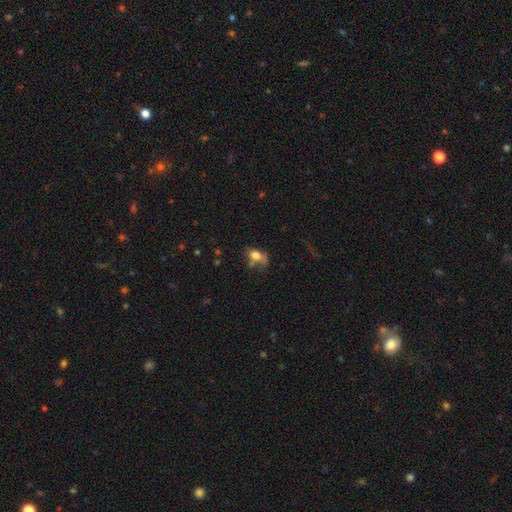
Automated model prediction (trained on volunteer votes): Q: Smooth or featured?
A: smooth (70%); runner-up: featured or disk (19%)
Q: How rounded?
A: in between (79%); runner-up: round (17%)
Q: Merging?
A: none (33%); runner-up: major disturbance (26%)